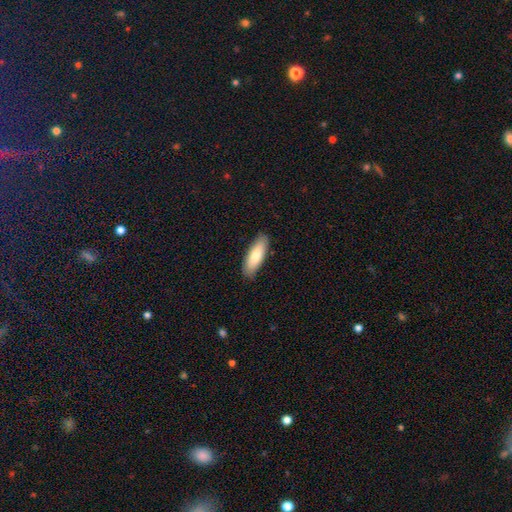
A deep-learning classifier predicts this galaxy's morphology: This is clearly a smooth galaxy (81%). How rounded: possibly in between (60%). Merging: clearly none (88%).